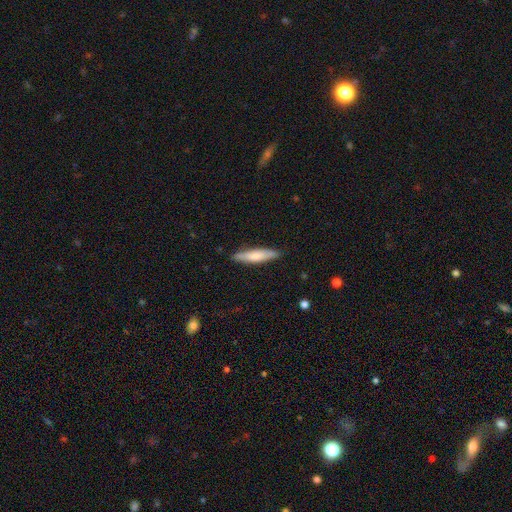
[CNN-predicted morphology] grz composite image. It shows a smooth galaxy with no disk features (71%) that is cigar-shaped (81%). Merging: none (87%).